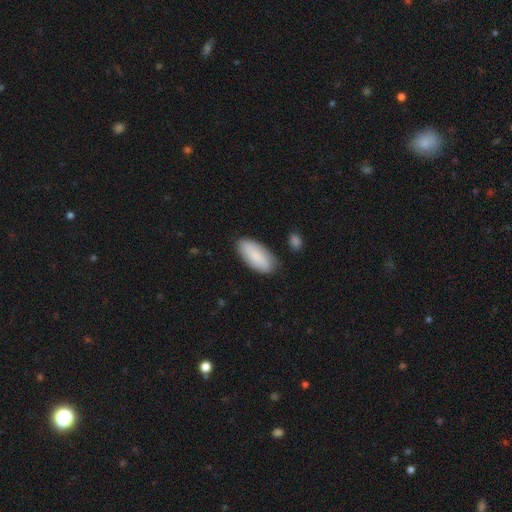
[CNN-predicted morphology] A smooth galaxy with no disk features (81%) that is in between round and cigar-shaped (87%). Merging: none (78%).